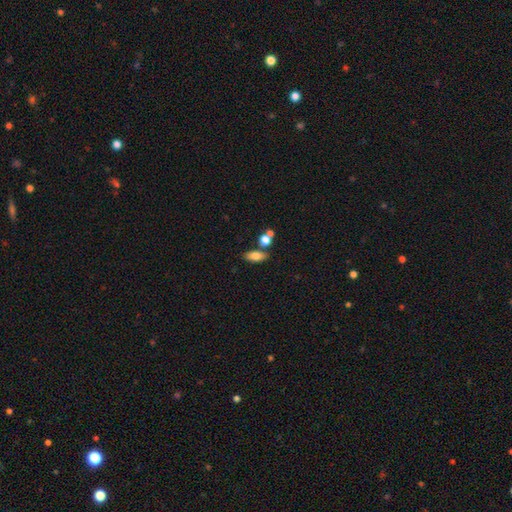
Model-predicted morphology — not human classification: Smooth or featured? smooth (75%)
How rounded? in between (79%)
Merging? none (69%)